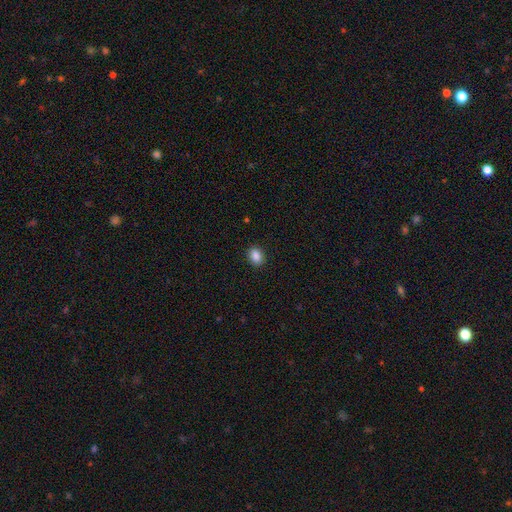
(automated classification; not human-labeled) Smooth or featured? smooth (88%)
How rounded? in between (61%)
Merging? none (91%)